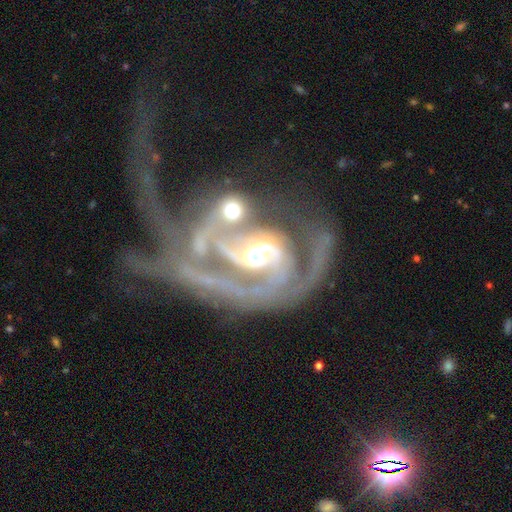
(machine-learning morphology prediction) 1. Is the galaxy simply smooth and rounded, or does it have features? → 84% featured or disk, 8% star or artifact, 8% smooth.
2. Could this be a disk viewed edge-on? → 97% no, 3% yes.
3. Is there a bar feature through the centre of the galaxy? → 36% no, 32% strong, 32% weak.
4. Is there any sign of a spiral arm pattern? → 90% yes, 10% no.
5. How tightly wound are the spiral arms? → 45% medium, 30% loose, 25% tight.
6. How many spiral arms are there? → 48% 2, 15% can't tell, 13% 1, 12% 3, 6% 4, 6% more than 4.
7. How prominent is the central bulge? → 58% moderate, 18% small, 17% large, 4% none, 3% dominant.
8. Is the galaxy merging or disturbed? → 49% merger, 26% major disturbance, 16% none, 9% minor disturbance.